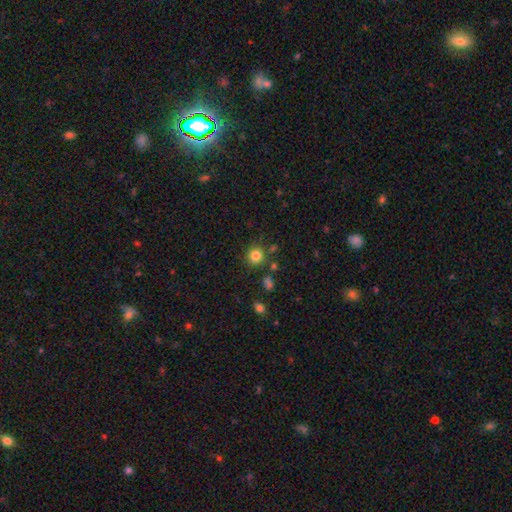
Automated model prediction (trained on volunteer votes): A smooth galaxy with no disk features (82%) that is round (91%). Merging: none (82%).